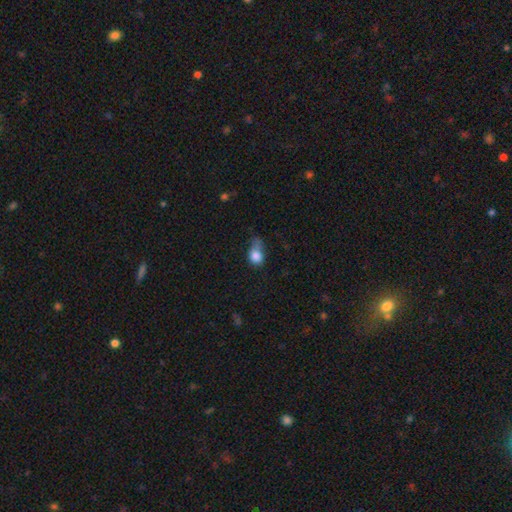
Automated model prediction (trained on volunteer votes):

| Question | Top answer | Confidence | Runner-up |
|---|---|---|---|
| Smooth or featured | smooth | 80% | star or artifact (10%) |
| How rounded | in between | 52% | round (45%) |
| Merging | minor disturbance | 35% | major disturbance (32%) |